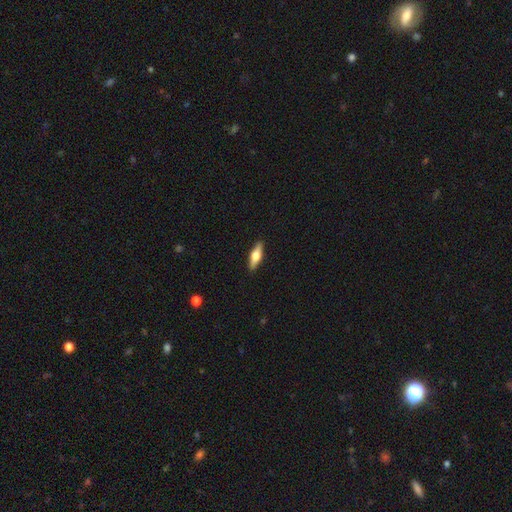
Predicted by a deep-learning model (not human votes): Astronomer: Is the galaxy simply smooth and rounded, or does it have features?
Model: featured or disk — 49% (runner-up: smooth, 45%).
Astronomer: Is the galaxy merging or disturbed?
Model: none — 90%.